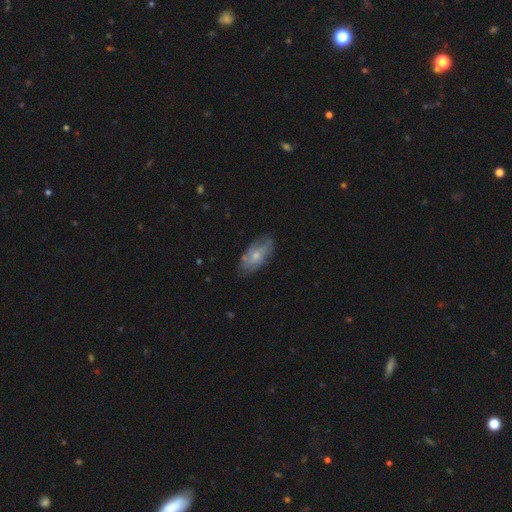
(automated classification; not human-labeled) Smooth or featured? featured or disk (55%)
Edge-on disk? no (93%)
Bar? no (79%)
Spiral arms? yes (66%)
Bulge size? small (53%)
Merging? none (68%)